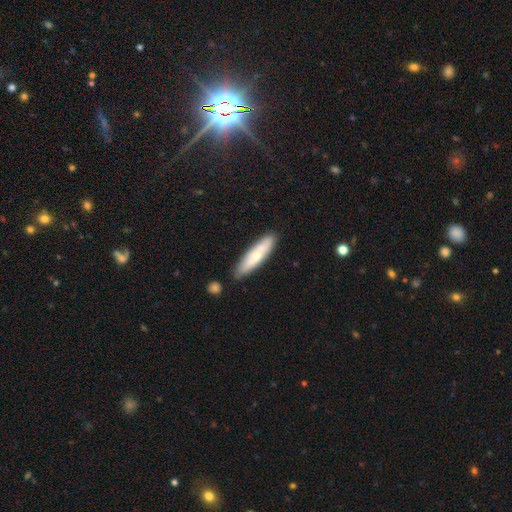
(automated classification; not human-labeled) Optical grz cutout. It shows a smooth galaxy with no disk features (58%) that is cigar-shaped (76%). Merging: none (82%).